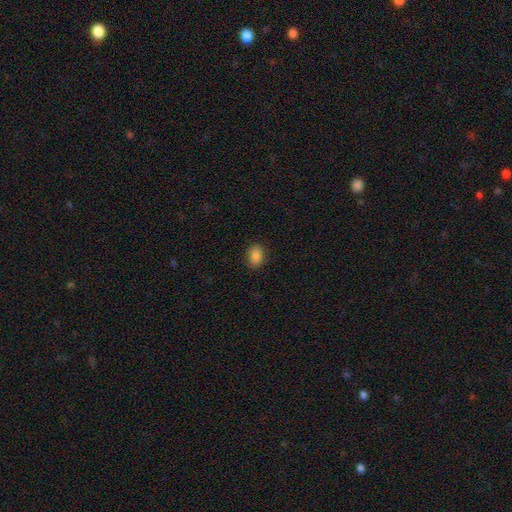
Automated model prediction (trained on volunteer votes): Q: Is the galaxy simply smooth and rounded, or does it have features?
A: smooth — 87%.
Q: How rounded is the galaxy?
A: in between — 79%.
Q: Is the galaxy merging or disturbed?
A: none — 87%.